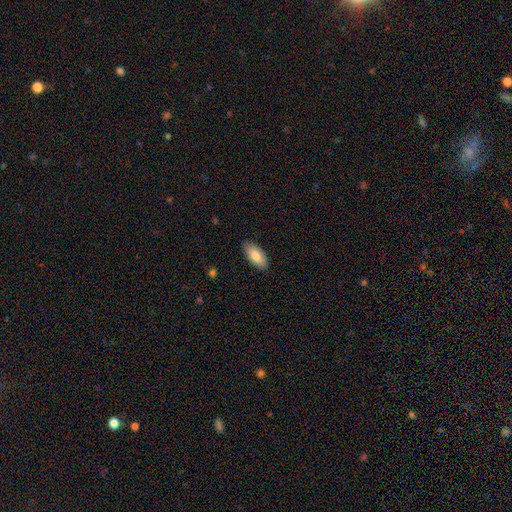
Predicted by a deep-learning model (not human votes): Smooth or featured? smooth (83%)
How rounded? in between (91%)
Merging? none (88%)